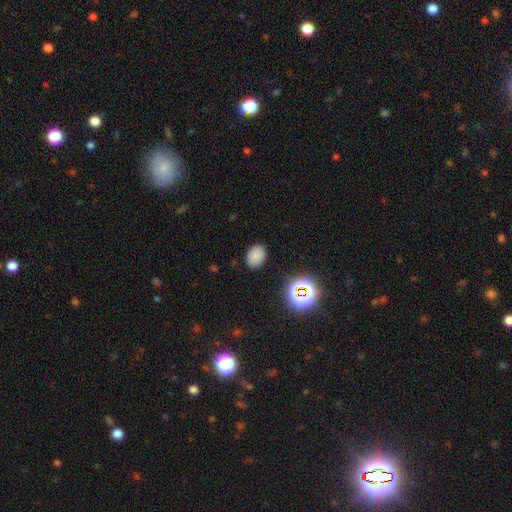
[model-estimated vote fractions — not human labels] This is likely a smooth galaxy (79%). How rounded: likely in between (66%). Merging: clearly none (86%).